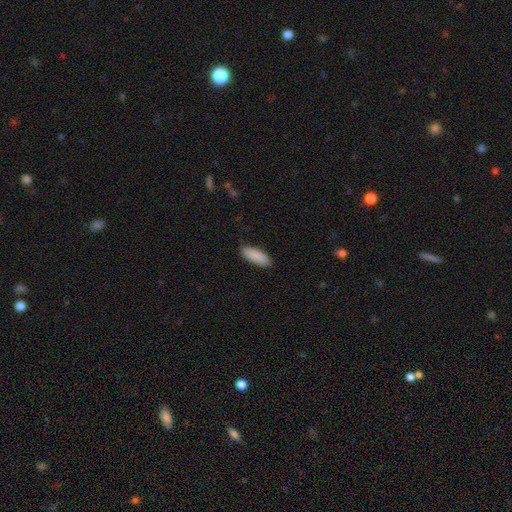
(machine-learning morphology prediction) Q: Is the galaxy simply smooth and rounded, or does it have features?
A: smooth — 90%.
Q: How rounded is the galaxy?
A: in between — 75%.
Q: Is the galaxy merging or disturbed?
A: none — 88%.